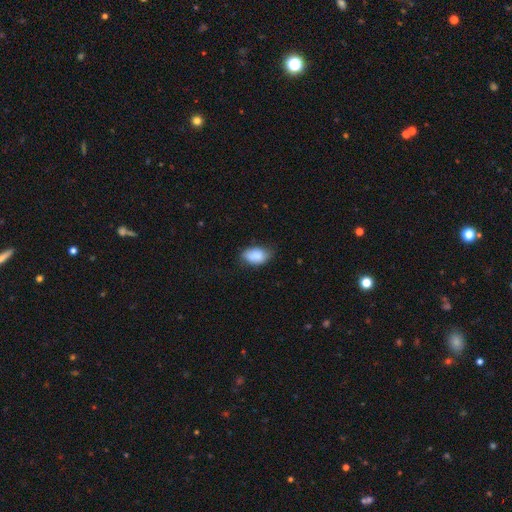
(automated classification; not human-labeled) smooth 87%, star or artifact 7%, featured or disk 6%. Down the decision tree: how rounded — in between (89%); merging — none (64%).